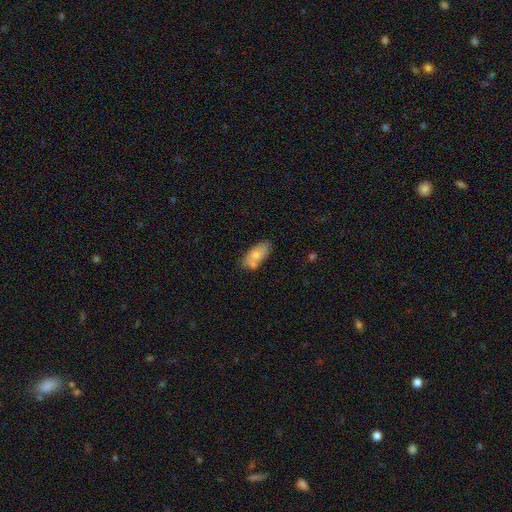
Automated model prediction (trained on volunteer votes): A smooth galaxy with no disk features (65%) that is in between round and cigar-shaped (88%).

Vote fractions:
- Smooth or featured? smooth: 65% / featured or disk: 28% / star or artifact: 7%
- How rounded? in between: 88% / cigar-shaped: 9% / round: 3%
- Merging? none: 56% / minor disturbance: 21% / merger: 17% / major disturbance: 5%